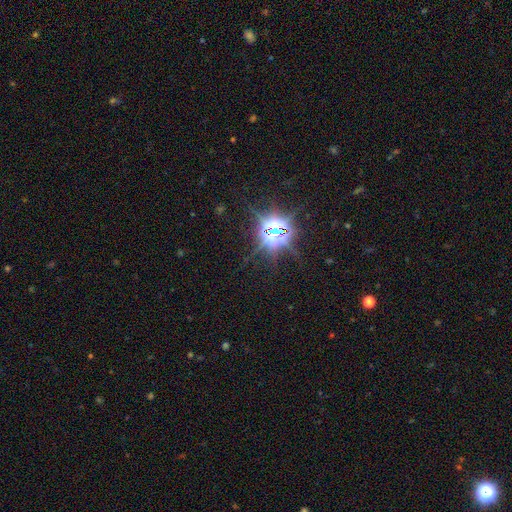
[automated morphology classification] type=star or artifact (84%).